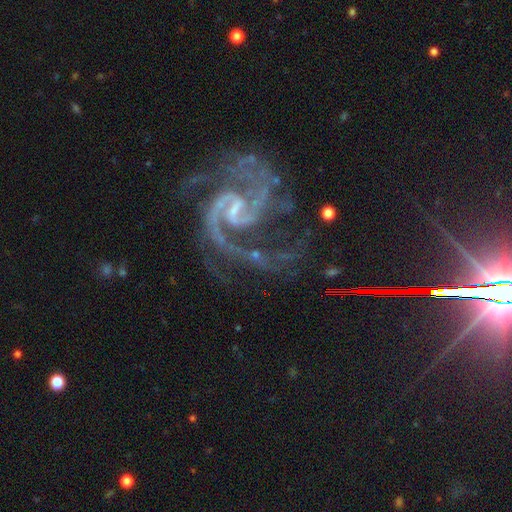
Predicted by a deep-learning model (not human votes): Smooth or featured?
  - featured or disk: 90% *
  - star or artifact: 8%
  - smooth: 2%
Edge-on disk?
  - no: 98% *
  - yes: 2%
Bar?
  - weak: 46% *
  - no: 28%
  - strong: 26%
Spiral arms?
  - yes: 99% *
  - no: 1%
Spiral winding?
  - medium: 62% *
  - tight: 21%
  - loose: 18%
Spiral arm count?
  - 2: 86% *
  - 3: 4%
  - can't tell: 3%
  - 1: 2%
  - 4: 2%
  - more than 4: 2%
Bulge size?
  - small: 66% *
  - none: 16%
  - moderate: 15%
  - large: 2%
  - dominant: 1%
Merging?
  - none: 58% *
  - major disturbance: 19%
  - minor disturbance: 19%
  - merger: 4%